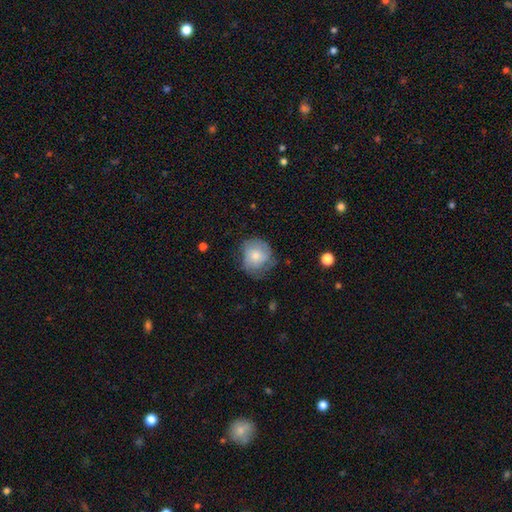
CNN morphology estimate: The model was most divided on "smooth or featured": smooth: 54%, featured or disk: 38%, star or artifact: 8%. More confident: how rounded — round (77%); merging — none (56%).